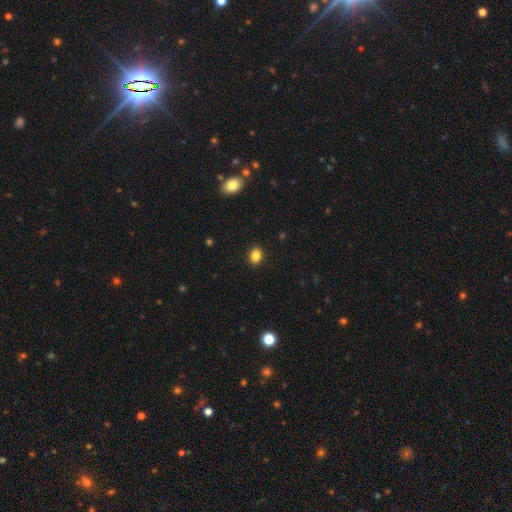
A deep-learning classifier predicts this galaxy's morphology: Smooth or featured?
  - smooth: 84% *
  - star or artifact: 10%
  - featured or disk: 5%
How rounded?
  - in between: 59% *
  - round: 40%
  - cigar-shaped: 1%
Merging?
  - none: 90% *
  - minor disturbance: 7%
  - major disturbance: 2%
  - merger: 1%